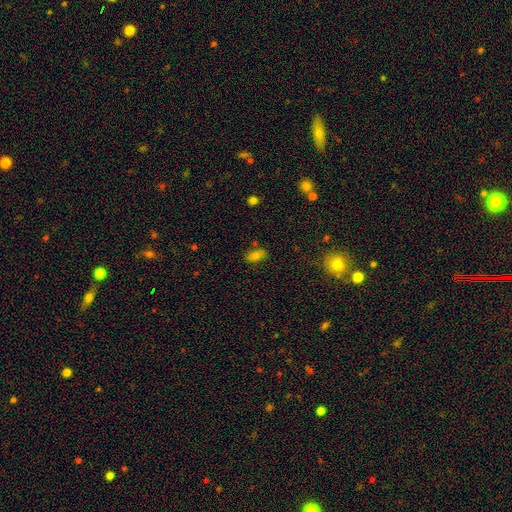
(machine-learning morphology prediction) A smooth galaxy with no disk features (73%) that is in between round and cigar-shaped (88%). Merging: none (78%).